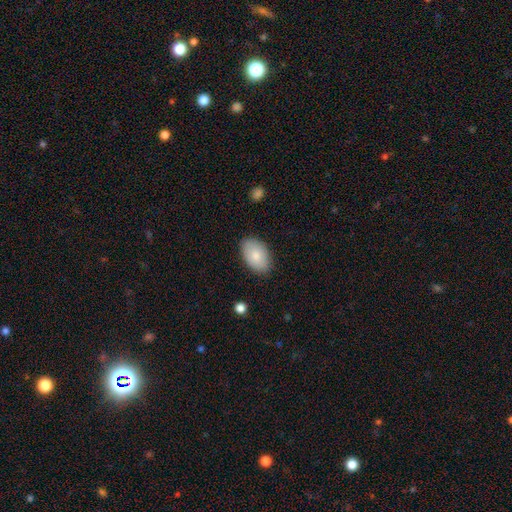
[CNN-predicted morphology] Q: Smooth or featured?
A: smooth (83%); runner-up: featured or disk (11%)
Q: How rounded?
A: in between (93%); runner-up: round (6%)
Q: Merging?
A: none (85%); runner-up: minor disturbance (12%)